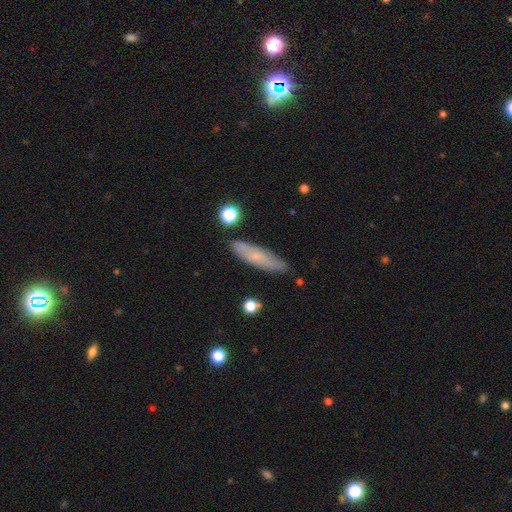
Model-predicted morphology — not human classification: smooth_or_featured: smooth (p=0.60) [alt: featured or disk p=0.32]
how_rounded: cigar-shaped (p=0.73) [alt: in between p=0.25]
merging: none (p=0.84) [alt: minor disturbance p=0.11]